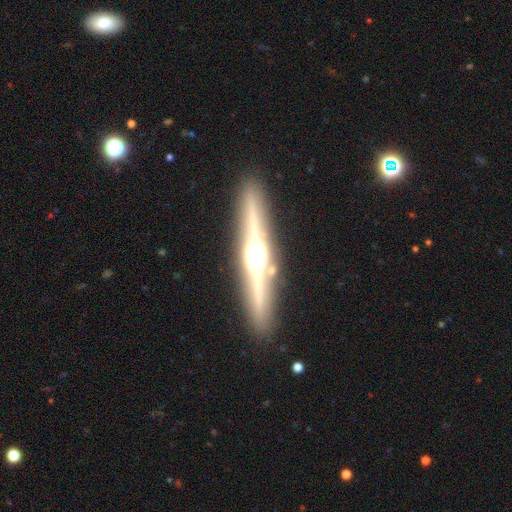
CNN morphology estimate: Q: Smooth or featured?
A: featured or disk (80%); runner-up: smooth (14%)
Q: Edge-on disk?
A: yes (97%); runner-up: no (3%)
Q: Edge-on bulge?
A: rounded (90%); runner-up: boxy (7%)
Q: Merging?
A: none (89%); runner-up: minor disturbance (8%)